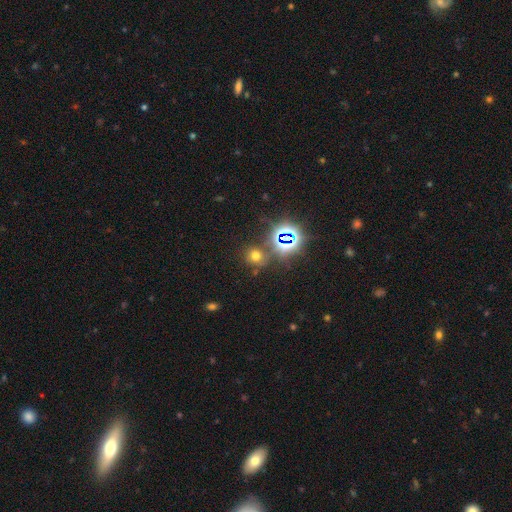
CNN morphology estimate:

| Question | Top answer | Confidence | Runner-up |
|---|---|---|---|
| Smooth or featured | smooth | 55% | star or artifact (37%) |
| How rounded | round | 85% | in between (14%) |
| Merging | none | 77% | minor disturbance (10%) |